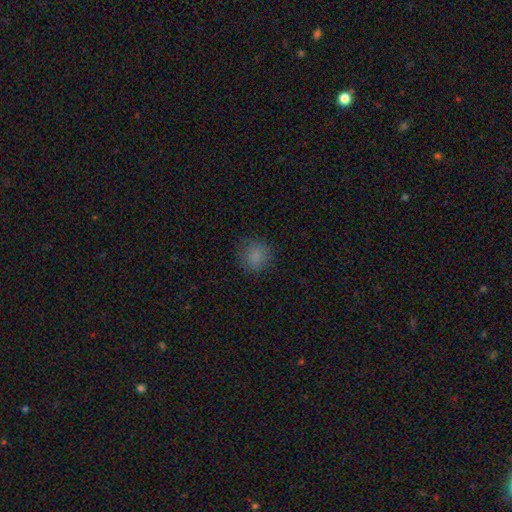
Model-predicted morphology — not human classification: Overall: smooth (83%). How rounded: round (87%). Merging: none (82%).